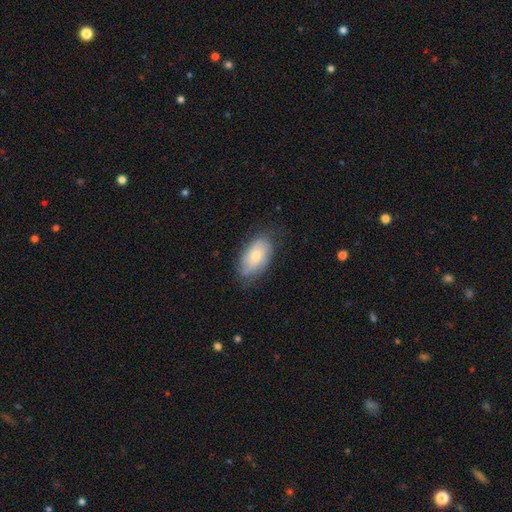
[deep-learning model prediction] Smooth or featured? smooth (58%)
How rounded? in between (92%)
Merging? none (65%)